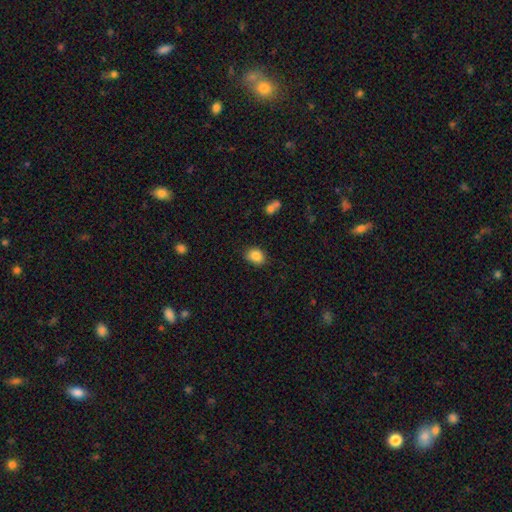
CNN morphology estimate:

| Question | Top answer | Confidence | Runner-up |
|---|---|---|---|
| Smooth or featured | smooth | 85% | star or artifact (9%) |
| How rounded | in between | 52% | round (47%) |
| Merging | none | 82% | minor disturbance (14%) |